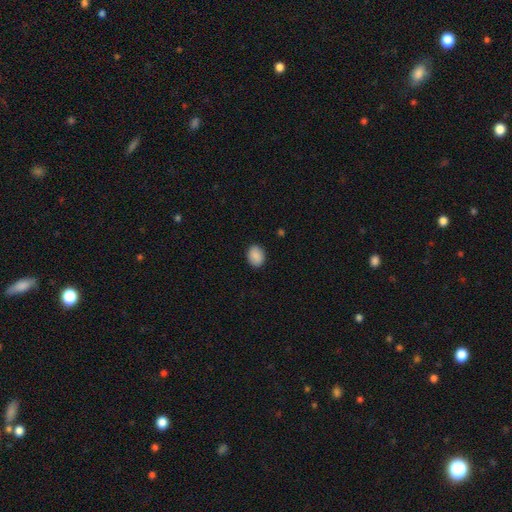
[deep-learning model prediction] Morphology: type=smooth (89%); roundness=in between (60%); merging=none (90%).